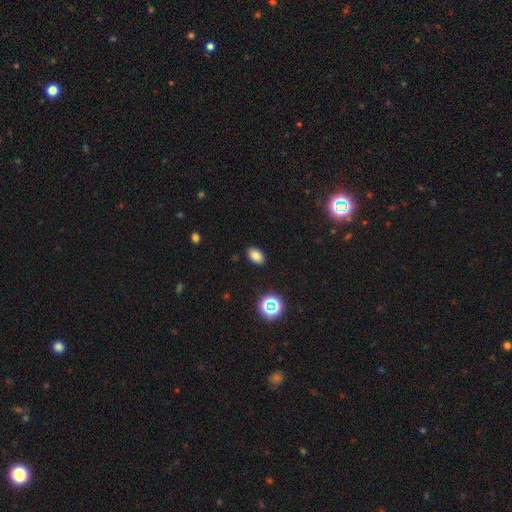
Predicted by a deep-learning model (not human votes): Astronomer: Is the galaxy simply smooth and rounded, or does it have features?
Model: smooth — 80%.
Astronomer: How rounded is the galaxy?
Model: in between — 84%.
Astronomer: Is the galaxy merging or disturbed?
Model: none — 88%.